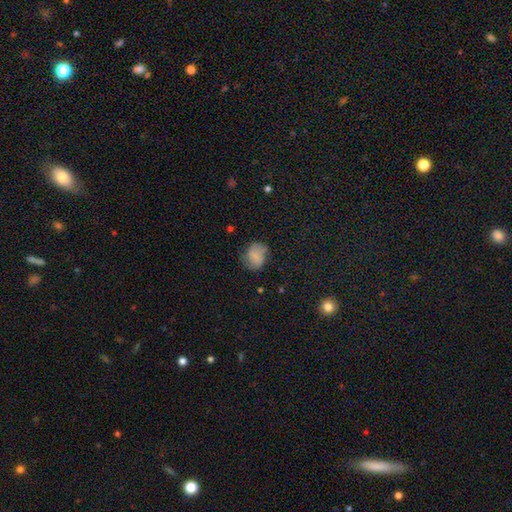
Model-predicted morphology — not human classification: This appears to be a smooth galaxy with no disk features (76%) that is round (55%). Merging: none (61%).